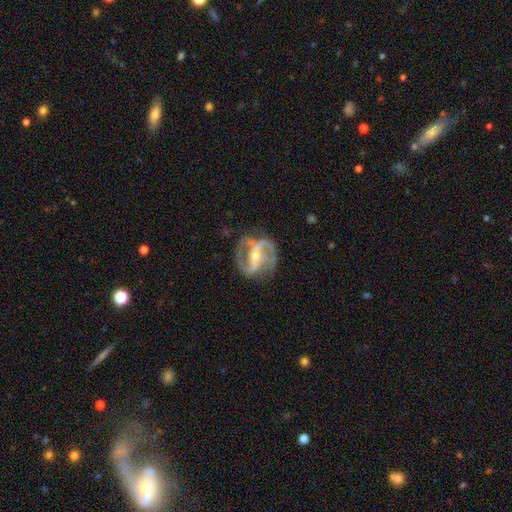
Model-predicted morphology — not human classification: Smooth or featured: featured or disk — 89% (smooth — 6%)
Edge-on disk: no — 96% (yes — 4%)
Bar: strong — 61% (weak — 24%)
Spiral arms: yes — 93% (no — 7%)
Spiral winding: medium — 52% (tight — 27%)
Spiral arm count: 2 — 85% (can't tell — 5%)
Bulge size: small — 49% (moderate — 48%)
Merging: none — 72% (minor disturbance — 16%)